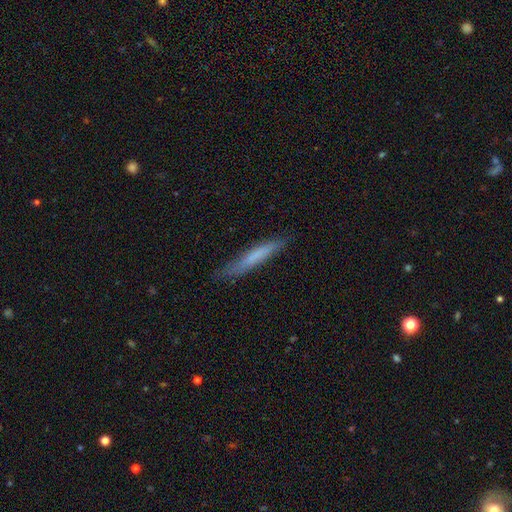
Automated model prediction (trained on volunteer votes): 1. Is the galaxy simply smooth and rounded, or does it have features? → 66% smooth, 28% featured or disk, 6% star or artifact.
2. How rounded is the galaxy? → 95% cigar-shaped, 4% in between, 1% round.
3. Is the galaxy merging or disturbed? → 82% none, 14% minor disturbance, 3% major disturbance, 1% merger.